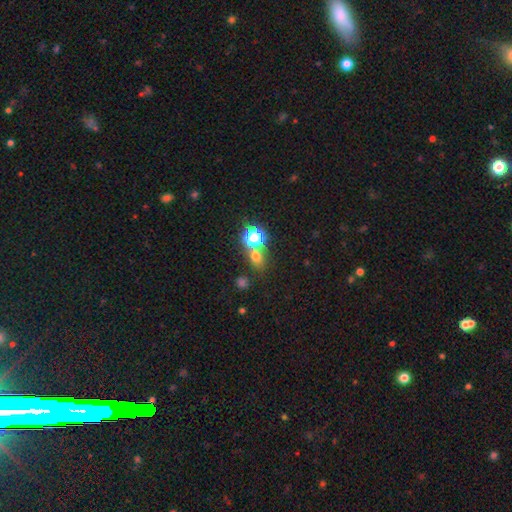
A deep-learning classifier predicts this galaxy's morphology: Overall: smooth (59%; star or artifact 33%). How rounded: round (68%; in between 31%). Merging: none (66%).